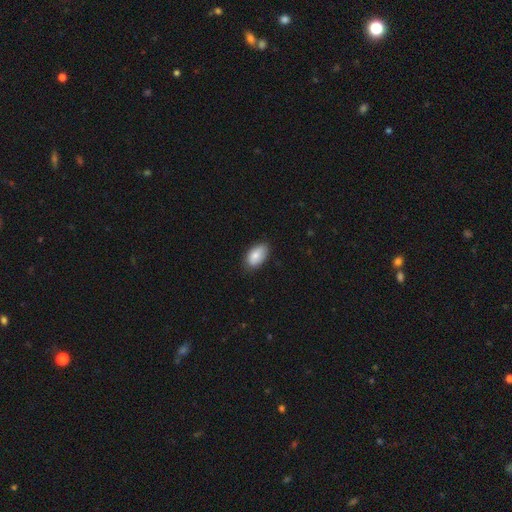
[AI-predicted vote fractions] The model was most divided on "merging": none: 80%, minor disturbance: 17%, major disturbance: 3%, merger: 1%. More confident: how rounded — in between (93%); smooth or featured — smooth (83%).